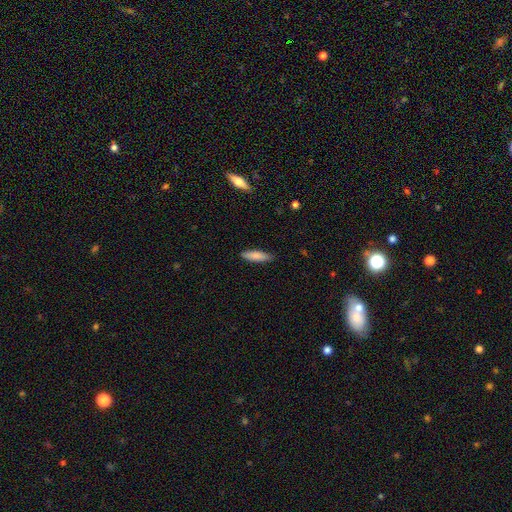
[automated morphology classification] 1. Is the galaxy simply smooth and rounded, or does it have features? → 82% smooth, 12% featured or disk, 6% star or artifact.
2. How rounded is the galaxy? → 69% cigar-shaped, 30% in between, 1% round.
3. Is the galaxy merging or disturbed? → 88% none, 9% minor disturbance, 2% major disturbance, 1% merger.